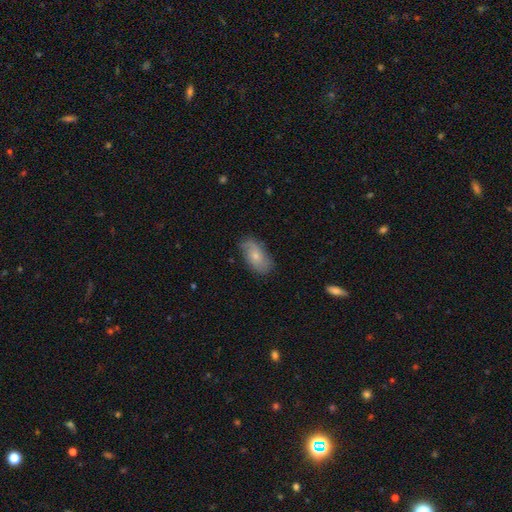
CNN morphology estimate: type=smooth (55%); roundness=in between (92%); merging=none (70%).